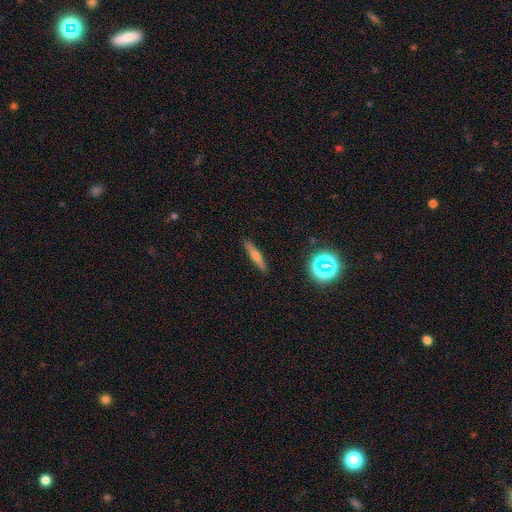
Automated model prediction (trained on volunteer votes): A smooth galaxy with no disk features (45%).

Vote fractions:
- Smooth or featured? smooth: 45% / featured or disk: 43% / star or artifact: 12%
- Merging? none: 90% / minor disturbance: 7% / major disturbance: 2% / merger: 1%